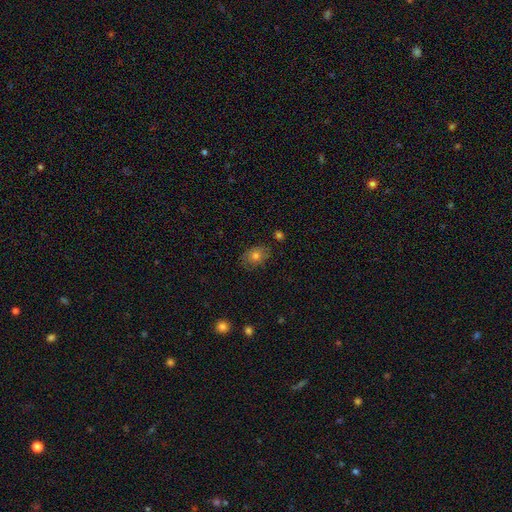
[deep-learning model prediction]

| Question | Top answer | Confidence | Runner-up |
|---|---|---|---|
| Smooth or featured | smooth | 76% | featured or disk (13%) |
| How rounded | in between | 68% | round (31%) |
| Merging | none | 79% | minor disturbance (15%) |